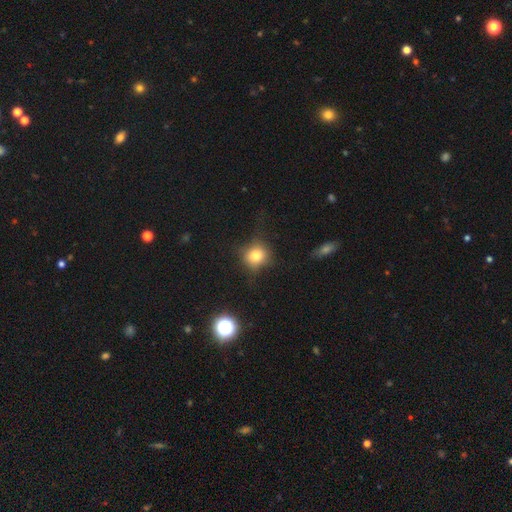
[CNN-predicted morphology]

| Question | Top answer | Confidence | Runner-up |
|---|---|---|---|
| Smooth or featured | smooth | 75% | star or artifact (13%) |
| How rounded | round | 84% | in between (15%) |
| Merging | none | 69% | minor disturbance (20%) |